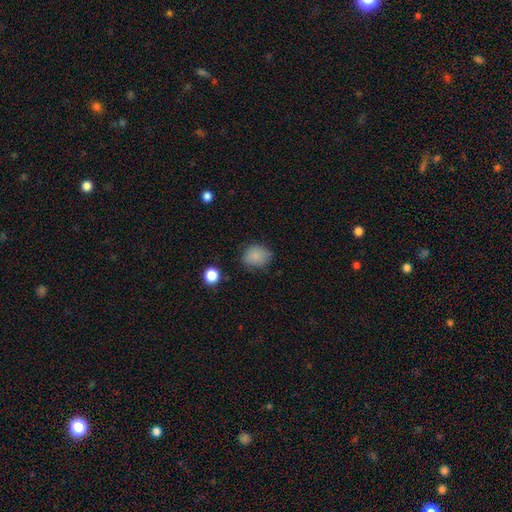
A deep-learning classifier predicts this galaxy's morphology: smooth-or-featured: smooth: 84% | star or artifact: 10% | featured or disk: 5%
  how-rounded: round: 60% | in between: 39% | cigar-shaped: 1%
  merging: none: 73% | minor disturbance: 20% | major disturbance: 5% | merger: 2%